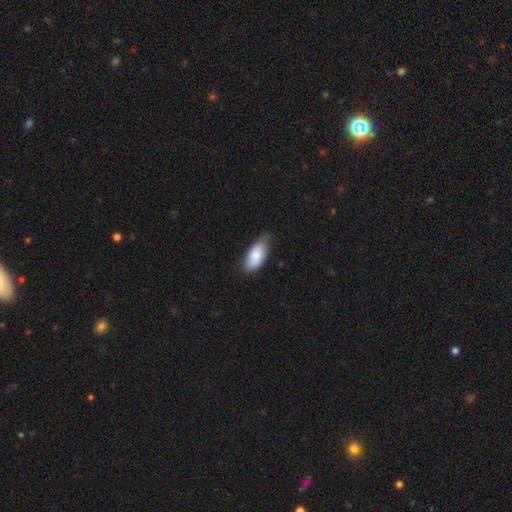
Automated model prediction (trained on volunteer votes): Smooth or featured? smooth (82%)
How rounded? in between (91%)
Merging? none (60%)